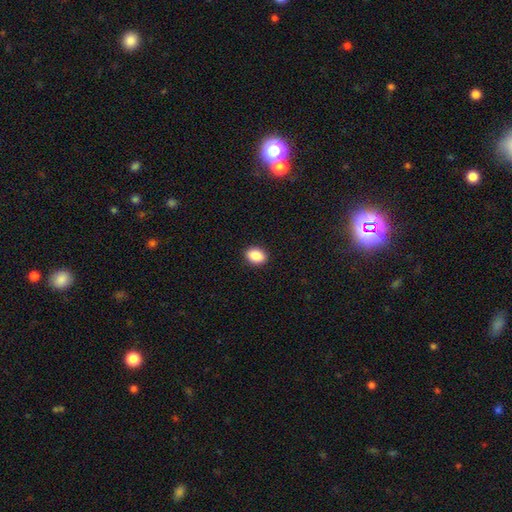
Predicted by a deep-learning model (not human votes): This is clearly a smooth galaxy (89%). How rounded: likely in between (76%). Merging: clearly none (91%).